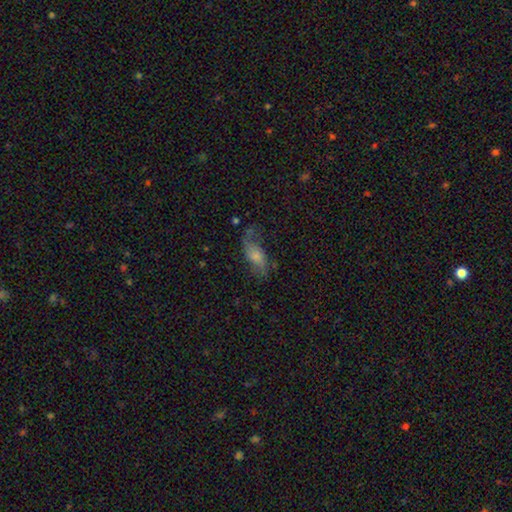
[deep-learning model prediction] Morphology: type=featured or disk (49%); merging=none (52%).